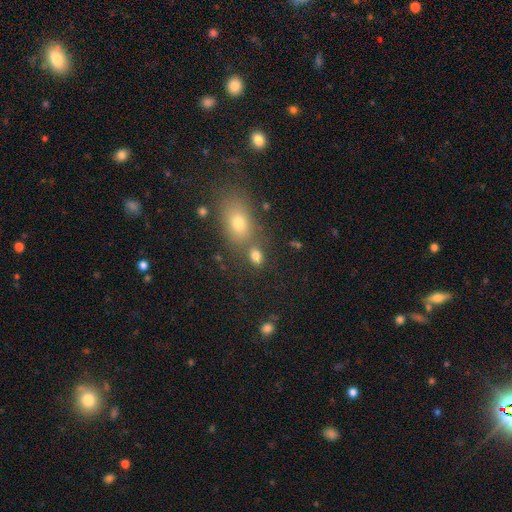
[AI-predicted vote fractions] Morphology: type=smooth (79%); roundness=in between (75%); merging=none (62%).